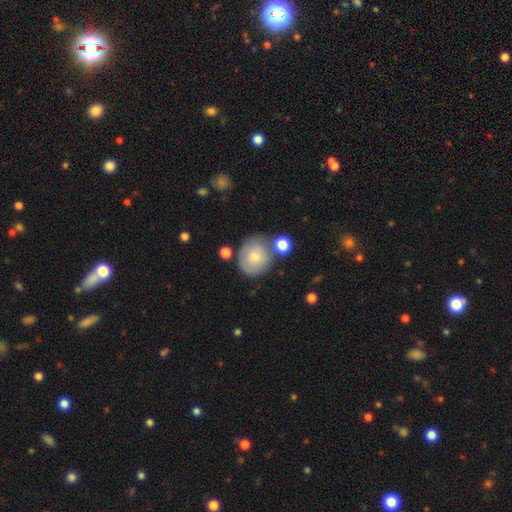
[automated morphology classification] Q: Smooth or featured?
A: smooth (71%); runner-up: featured or disk (22%)
Q: How rounded?
A: round (76%); runner-up: in between (23%)
Q: Merging?
A: none (58%); runner-up: minor disturbance (21%)